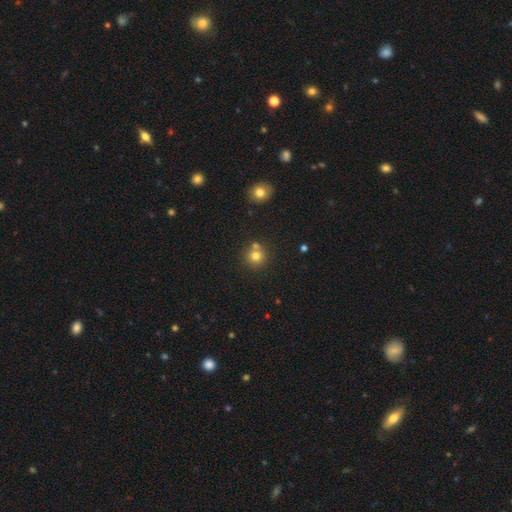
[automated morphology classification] A smooth galaxy with no disk features (77%) that is round (92%).

Vote fractions:
- Smooth or featured? smooth: 77% / star or artifact: 13% / featured or disk: 9%
- How rounded? round: 92% / in between: 7% / cigar-shaped: 1%
- Merging? none: 68% / merger: 21% / minor disturbance: 8% / major disturbance: 3%